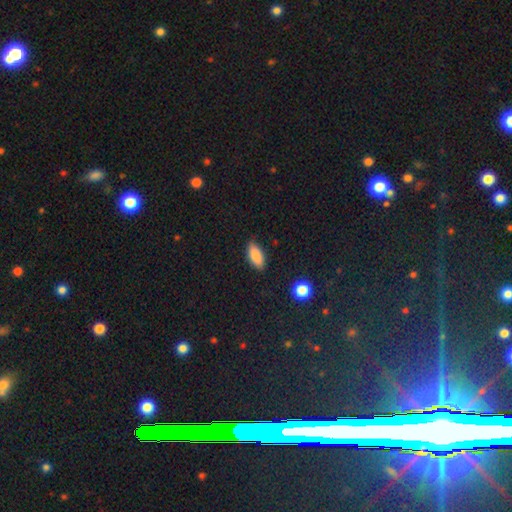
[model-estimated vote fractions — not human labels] This is clearly a smooth galaxy (86%). How rounded: clearly in between (88%). Merging: clearly none (83%).